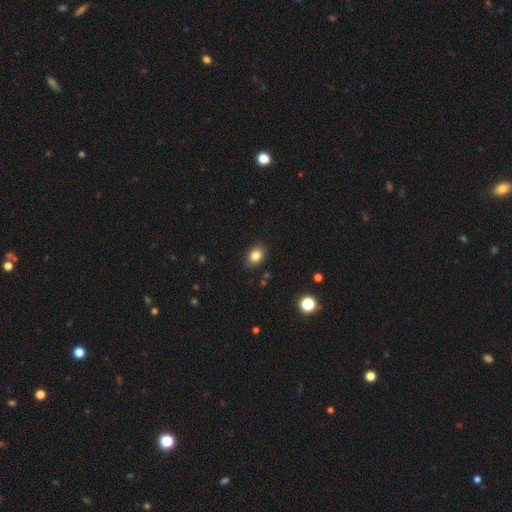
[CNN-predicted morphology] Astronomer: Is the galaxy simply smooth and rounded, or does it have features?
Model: smooth — 83%.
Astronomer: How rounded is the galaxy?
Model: in between — 75%.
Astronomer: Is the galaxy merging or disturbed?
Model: none — 88%.